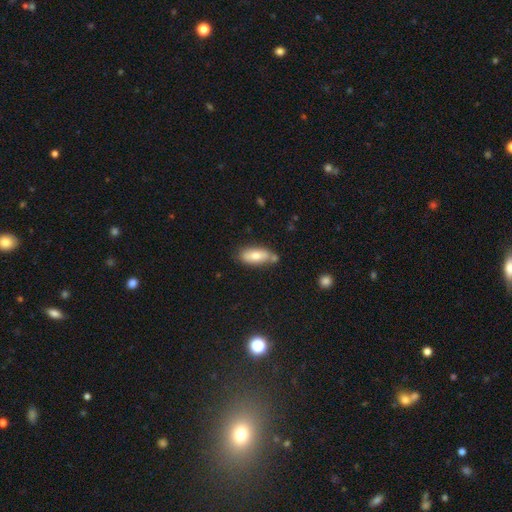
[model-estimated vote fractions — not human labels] Q: Smooth or featured?
A: smooth (73%); runner-up: featured or disk (20%)
Q: How rounded?
A: in between (83%); runner-up: cigar-shaped (14%)
Q: Merging?
A: none (64%); runner-up: minor disturbance (18%)